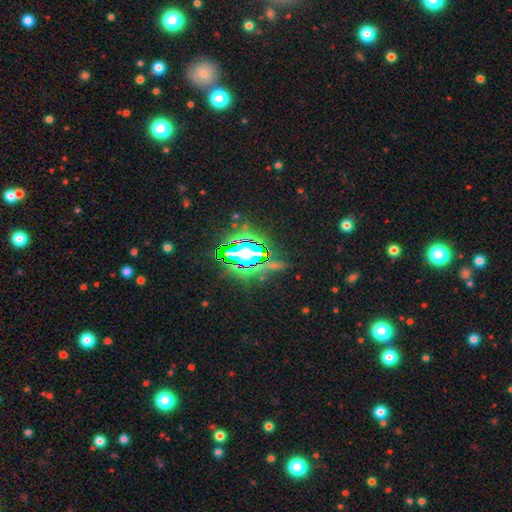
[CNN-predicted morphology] Smooth or featured: star or artifact — 83% (smooth — 9%)